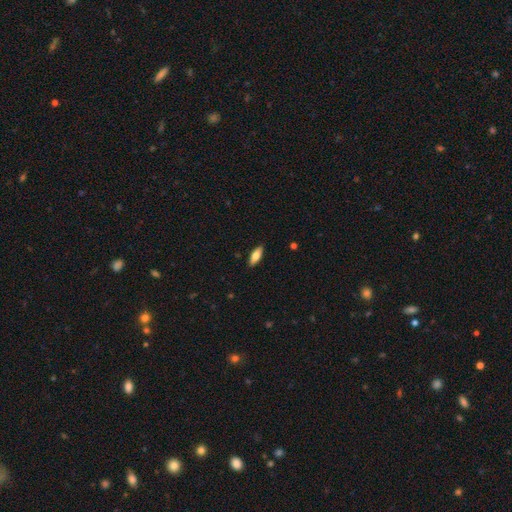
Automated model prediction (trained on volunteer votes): This is likely a smooth galaxy (71%). How rounded: likely in between (75%). Merging: clearly none (89%).